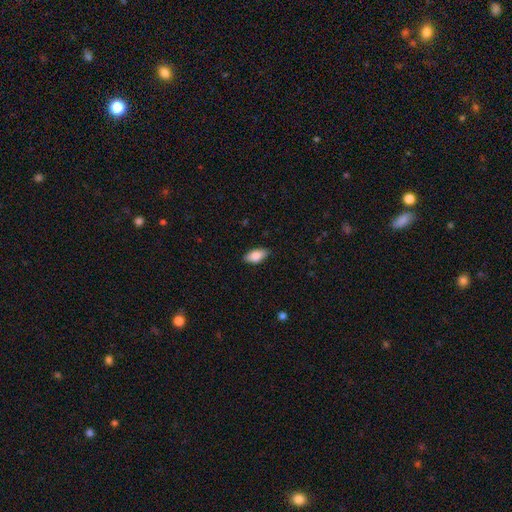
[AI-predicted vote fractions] A smooth galaxy with no disk features (82%) that is in between round and cigar-shaped (91%).

Vote fractions:
- Smooth or featured? smooth: 82% / featured or disk: 11% / star or artifact: 6%
- How rounded? in between: 91% / cigar-shaped: 7% / round: 3%
- Merging? none: 86% / minor disturbance: 11% / major disturbance: 2% / merger: 1%